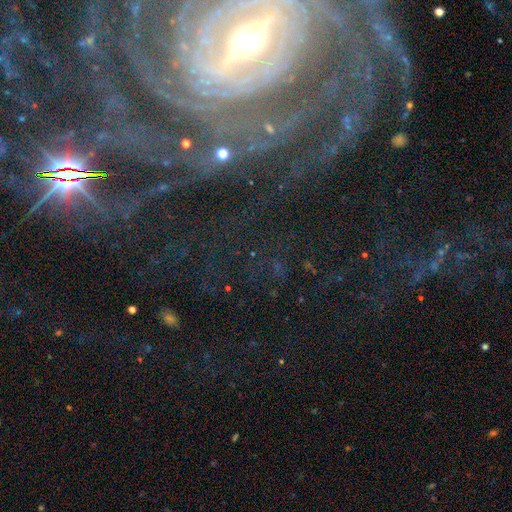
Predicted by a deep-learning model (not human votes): Morphology: type=featured or disk (63%); edge-on=no (90%); bar=strong (39%); spiral arms=yes (91%); winding=tight (65%); arm count=can't tell (25%); bulge=small (59%); merging=none (72%).